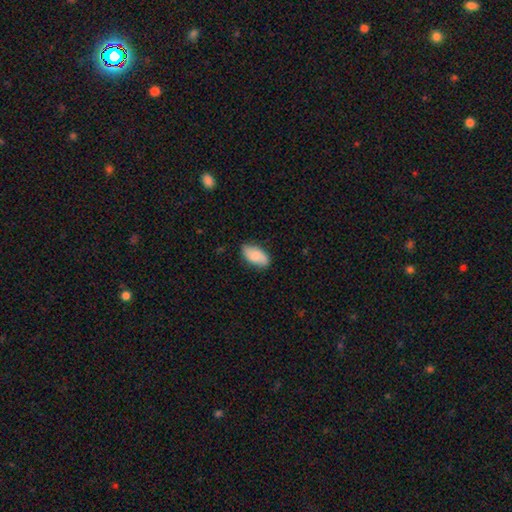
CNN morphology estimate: Smooth or featured?
  - smooth: 79% *
  - featured or disk: 14%
  - star or artifact: 6%
How rounded?
  - in between: 94% *
  - cigar-shaped: 3%
  - round: 3%
Merging?
  - none: 77% *
  - minor disturbance: 18%
  - major disturbance: 3%
  - merger: 1%